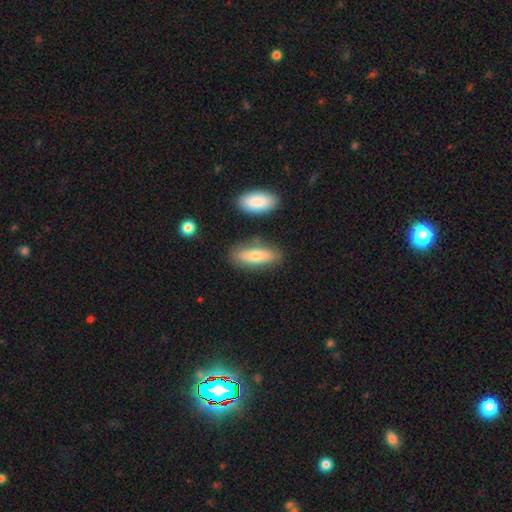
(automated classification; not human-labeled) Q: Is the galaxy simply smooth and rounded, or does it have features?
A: smooth — 72%.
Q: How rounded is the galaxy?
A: in between — 66%.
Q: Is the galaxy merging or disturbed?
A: none — 77%.